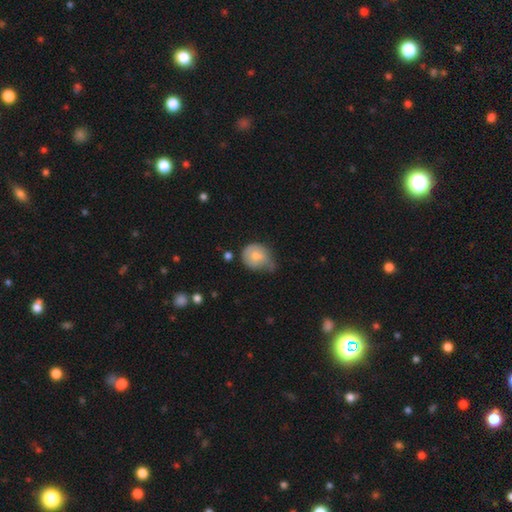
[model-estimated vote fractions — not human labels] smooth_or_featured: smooth (p=0.70) [alt: featured or disk p=0.23]
how_rounded: round (p=0.60) [alt: in between p=0.39]
merging: minor disturbance (p=0.46) [alt: none p=0.26]